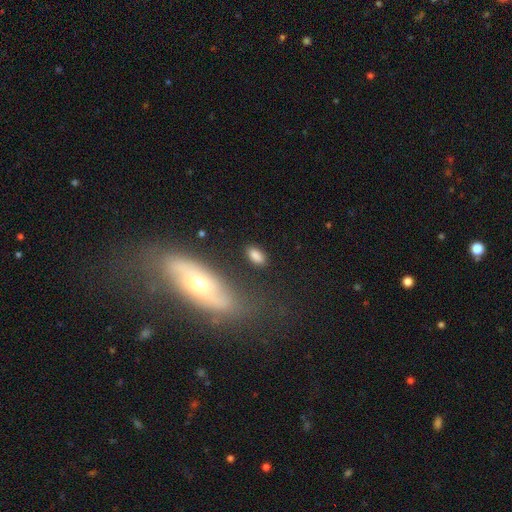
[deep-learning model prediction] A smooth galaxy with no disk features (84%) that is in between round and cigar-shaped (89%).

Vote fractions:
- Smooth or featured? smooth: 84% / star or artifact: 9% / featured or disk: 7%
- How rounded? in between: 89% / cigar-shaped: 6% / round: 5%
- Merging? none: 81% / minor disturbance: 11% / major disturbance: 4% / merger: 4%